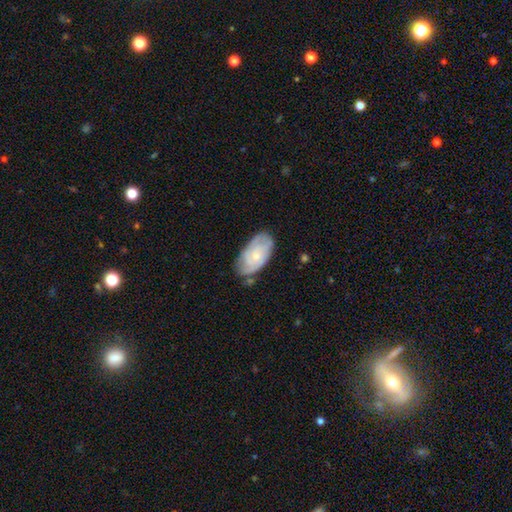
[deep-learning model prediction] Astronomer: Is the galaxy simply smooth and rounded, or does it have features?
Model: featured or disk — 62%.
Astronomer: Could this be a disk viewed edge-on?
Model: no — 95%.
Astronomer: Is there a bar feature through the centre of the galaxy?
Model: no — 75%.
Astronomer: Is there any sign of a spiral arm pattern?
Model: yes — 85%.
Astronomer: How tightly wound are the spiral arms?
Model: tight — 62%.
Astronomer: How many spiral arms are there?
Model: can't tell — 43% (runner-up: 2, 25%).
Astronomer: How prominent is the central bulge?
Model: small — 63%.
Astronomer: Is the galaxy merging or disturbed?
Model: none — 67%.